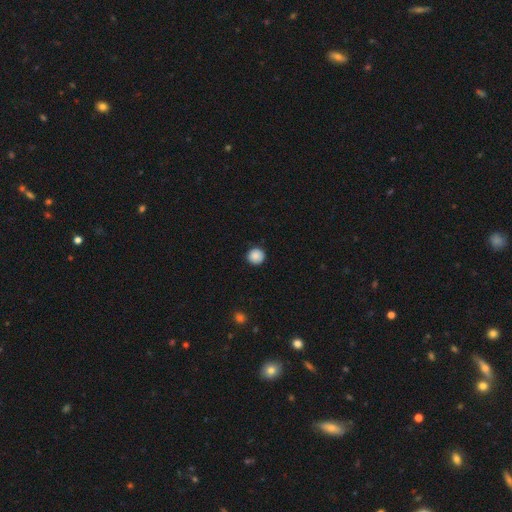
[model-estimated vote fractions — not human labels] Smooth or featured? Predicted: smooth (p=0.88). How rounded? Predicted: round (p=0.94). Merging? Predicted: none (p=0.90).